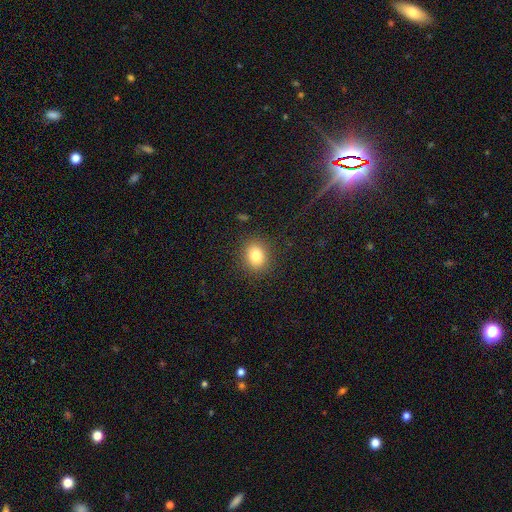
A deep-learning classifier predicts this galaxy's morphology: type=smooth (81%); roundness=round (63%); merging=none (88%).